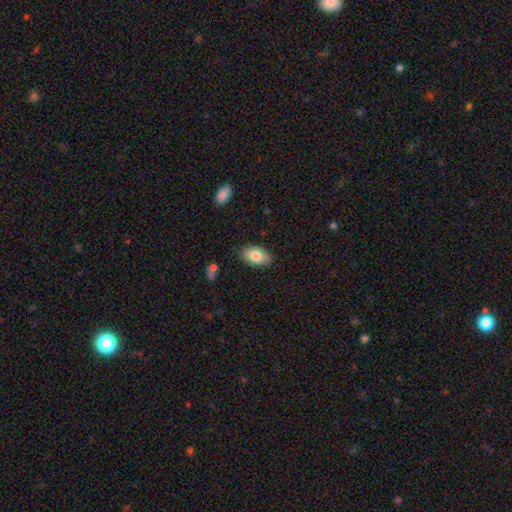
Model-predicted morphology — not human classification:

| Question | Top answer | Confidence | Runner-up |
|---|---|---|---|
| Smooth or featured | smooth | 80% | featured or disk (14%) |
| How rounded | in between | 93% | round (6%) |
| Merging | none | 85% | minor disturbance (11%) |